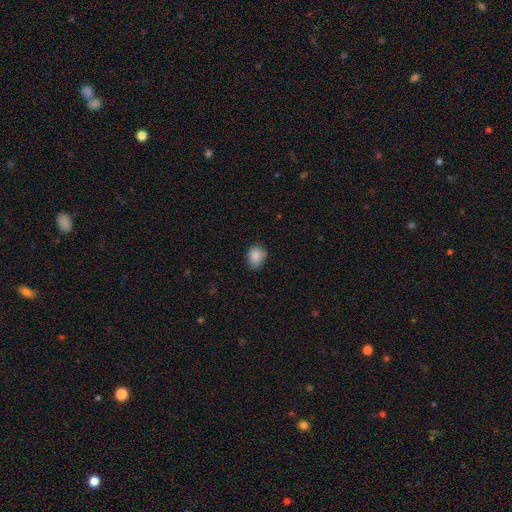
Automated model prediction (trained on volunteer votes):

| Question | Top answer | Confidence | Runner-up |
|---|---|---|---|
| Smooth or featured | smooth | 87% | star or artifact (9%) |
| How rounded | round | 50% | in between (49%) |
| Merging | none | 77% | minor disturbance (19%) |